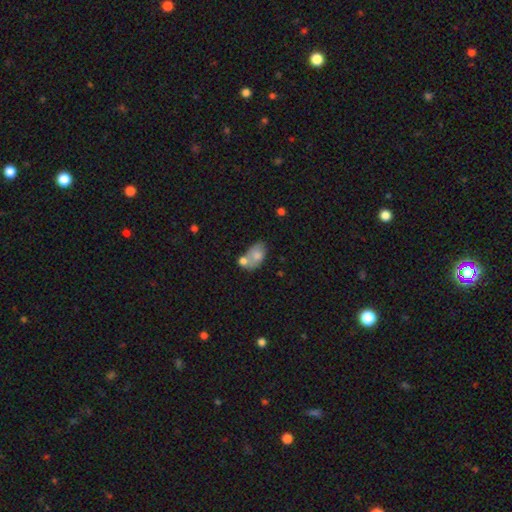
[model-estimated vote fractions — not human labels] Overall: smooth (70%). How rounded: in between (86%). Merging: merger (45%; none 31%).